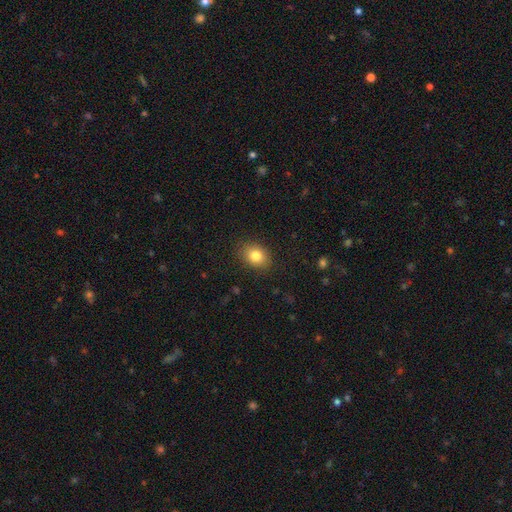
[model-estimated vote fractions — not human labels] This is clearly a smooth galaxy (82%). How rounded: possibly in between (57%). Merging: clearly none (87%).